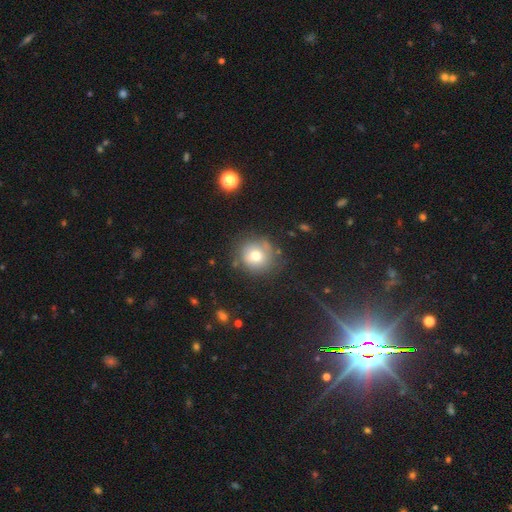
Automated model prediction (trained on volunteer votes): The model was most divided on "smooth or featured": smooth: 73%, featured or disk: 15%, star or artifact: 13%. More confident: how rounded — round (91%); merging — none (76%).